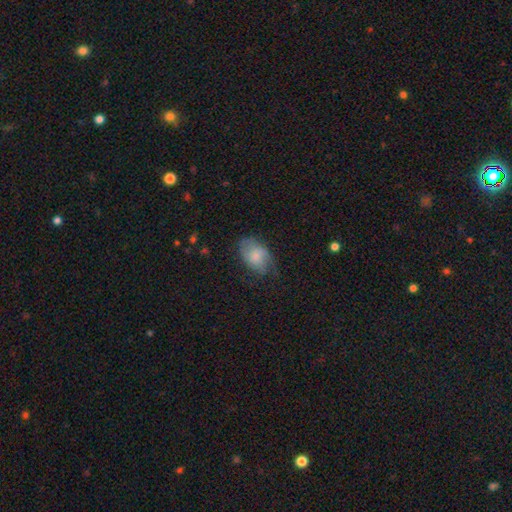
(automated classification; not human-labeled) A smooth galaxy with no disk features (60%) that is in between round and cigar-shaped (88%). Merging: none (52%).